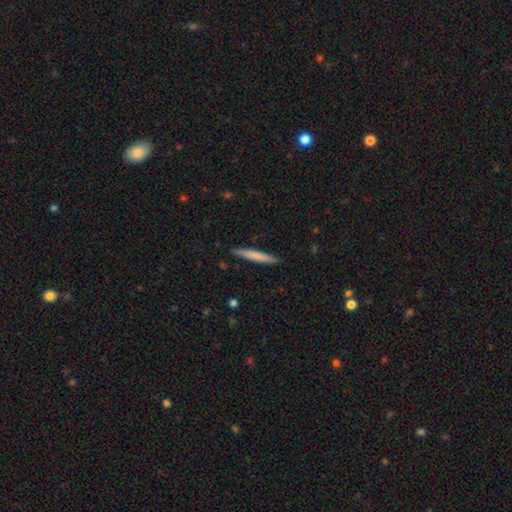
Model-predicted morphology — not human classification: A smooth galaxy with no disk features (73%) that is cigar-shaped (96%).

Vote fractions:
- Smooth or featured? smooth: 73% / featured or disk: 22% / star or artifact: 5%
- How rounded? cigar-shaped: 96% / in between: 3% / round: 1%
- Merging? none: 90% / minor disturbance: 8% / major disturbance: 1% / merger: 1%